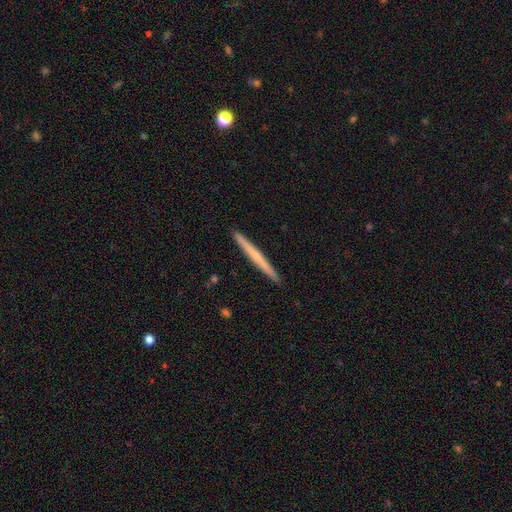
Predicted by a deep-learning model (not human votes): smooth_or_featured: smooth (p=0.51) [alt: featured or disk p=0.44]
how_rounded: cigar-shaped (p=0.97) [alt: in between p=0.02]
merging: none (p=0.93) [alt: minor disturbance p=0.05]